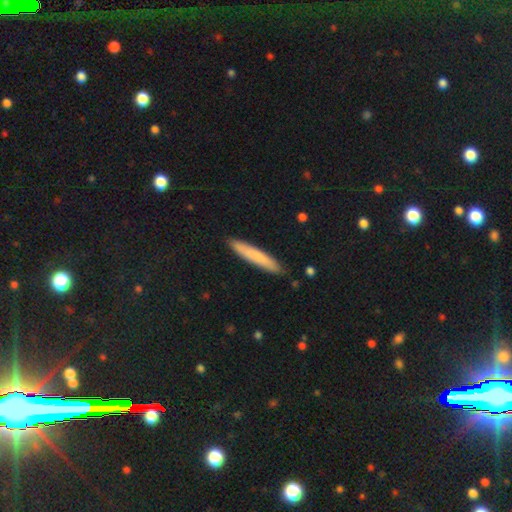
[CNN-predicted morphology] A smooth galaxy with no disk features (74%) that is cigar-shaped (93%).

Vote fractions:
- Smooth or featured? smooth: 74% / featured or disk: 21% / star or artifact: 6%
- How rounded? cigar-shaped: 93% / in between: 6% / round: 1%
- Merging? none: 89% / minor disturbance: 8% / major disturbance: 1% / merger: 1%